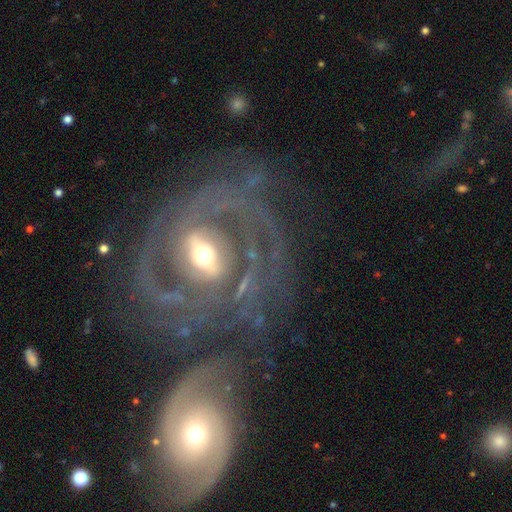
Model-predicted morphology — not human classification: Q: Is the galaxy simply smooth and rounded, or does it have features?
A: featured or disk — 88%.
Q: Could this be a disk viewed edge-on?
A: no — 97%.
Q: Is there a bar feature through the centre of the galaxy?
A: weak — 39%.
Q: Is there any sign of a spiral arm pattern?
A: yes — 92%.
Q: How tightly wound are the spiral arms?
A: tight — 49%.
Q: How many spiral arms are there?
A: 2 — 46%.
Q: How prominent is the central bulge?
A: moderate — 61%.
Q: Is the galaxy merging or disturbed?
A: none — 38%.